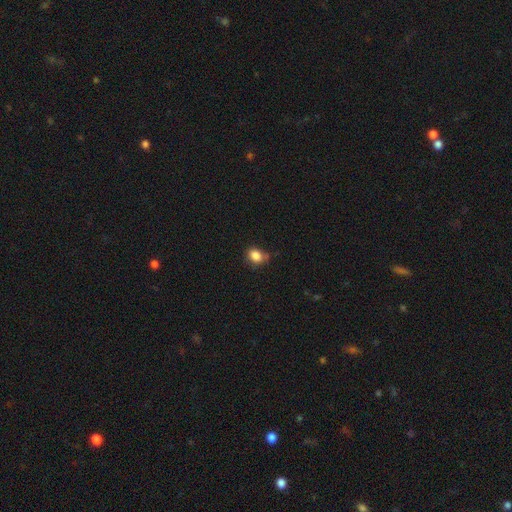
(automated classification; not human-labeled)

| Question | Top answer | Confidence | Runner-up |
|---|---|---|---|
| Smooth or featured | smooth | 84% | star or artifact (10%) |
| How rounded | in between | 54% | round (45%) |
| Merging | none | 62% | minor disturbance (27%) |